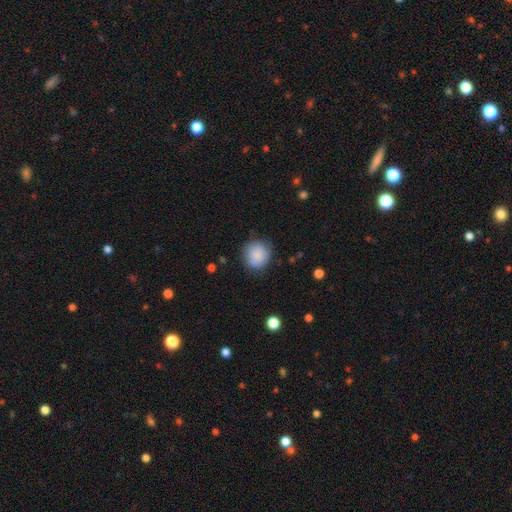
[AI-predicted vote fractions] smooth 86%, star or artifact 7%, featured or disk 7%. Down the decision tree: how rounded — round (89%); merging — none (81%).